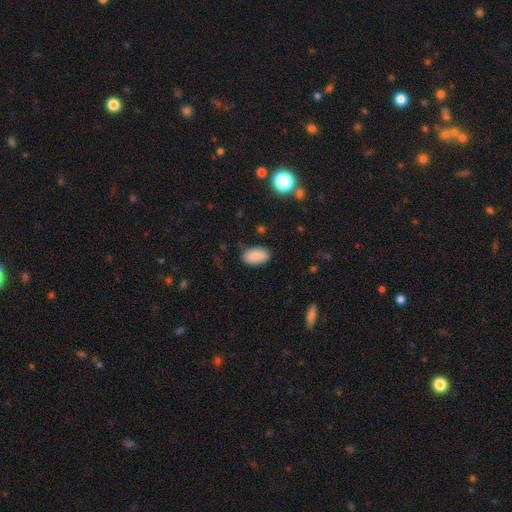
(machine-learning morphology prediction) This appears to be a smooth galaxy with no disk features (87%) that is in between round and cigar-shaped (94%). Merging: none (81%).